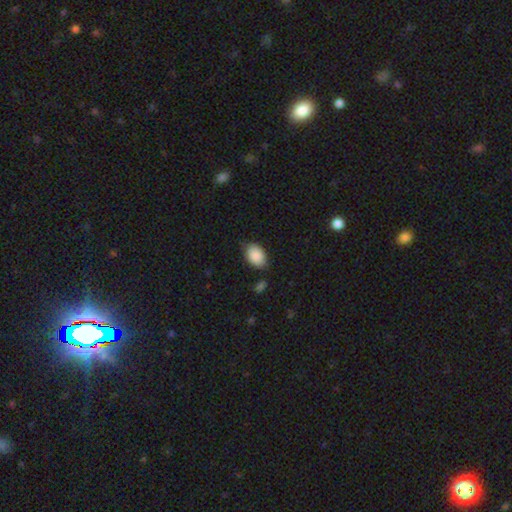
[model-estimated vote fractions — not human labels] Smooth or featured?
  - smooth: 89% *
  - star or artifact: 7%
  - featured or disk: 4%
How rounded?
  - in between: 81% *
  - round: 18%
  - cigar-shaped: 1%
Merging?
  - none: 74% *
  - minor disturbance: 19%
  - major disturbance: 4%
  - merger: 3%